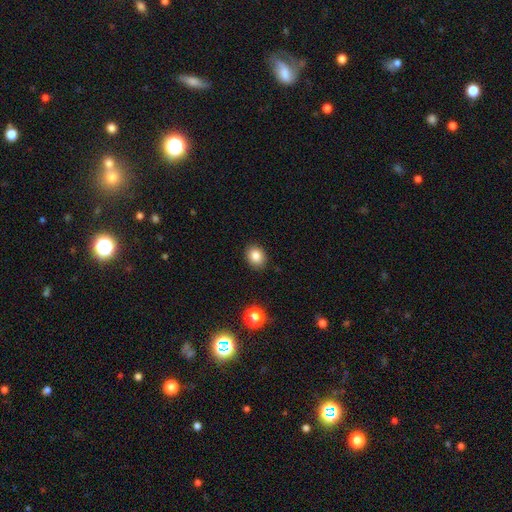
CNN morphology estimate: Smooth or featured?
  - smooth: 83% *
  - star or artifact: 10%
  - featured or disk: 6%
How rounded?
  - round: 51% *
  - in between: 48%
  - cigar-shaped: 1%
Merging?
  - none: 88% *
  - minor disturbance: 8%
  - major disturbance: 2%
  - merger: 1%